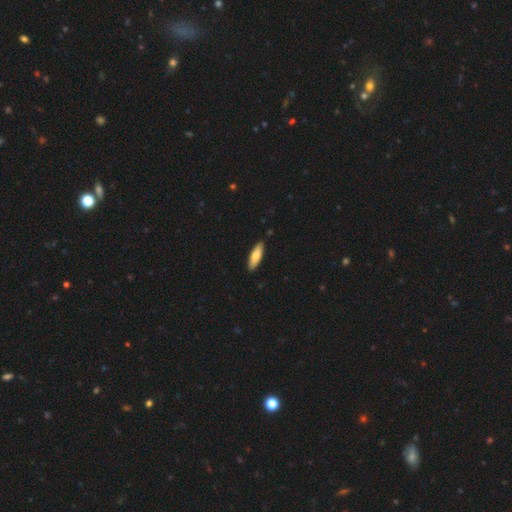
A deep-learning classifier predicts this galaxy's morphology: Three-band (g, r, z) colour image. It shows a smooth galaxy with no disk features (75%) that is cigar-shaped (55%). Merging: none (89%).